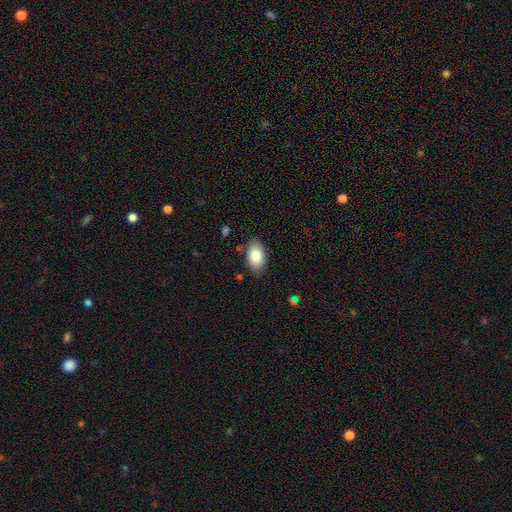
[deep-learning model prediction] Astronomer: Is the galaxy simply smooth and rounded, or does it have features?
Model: smooth — 85%.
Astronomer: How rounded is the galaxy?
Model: in between — 93%.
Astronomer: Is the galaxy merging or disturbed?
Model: none — 84%.